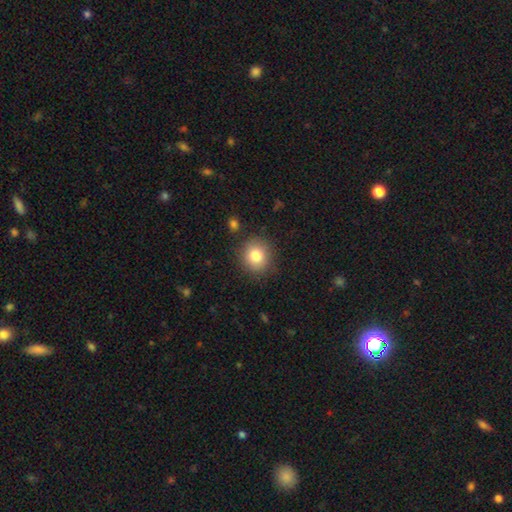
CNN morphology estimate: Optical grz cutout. It shows a smooth galaxy with no disk features (81%) that is round (86%). Merging: none (87%).